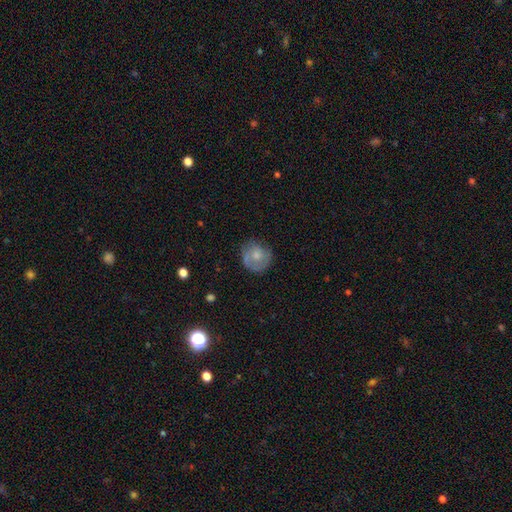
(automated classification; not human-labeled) Q: Smooth or featured?
A: smooth (59%); runner-up: featured or disk (33%)
Q: How rounded?
A: round (85%); runner-up: in between (14%)
Q: Merging?
A: none (67%); runner-up: minor disturbance (21%)